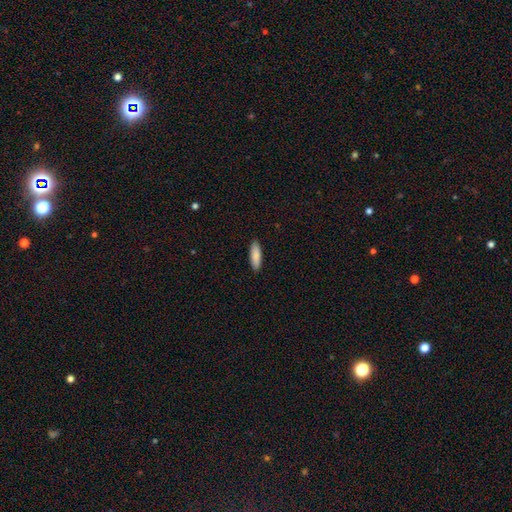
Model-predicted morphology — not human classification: smooth_or_featured: smooth (p=0.85) [alt: featured or disk p=0.10]
how_rounded: in between (p=0.53) [alt: cigar-shaped p=0.45]
merging: none (p=0.90) [alt: minor disturbance p=0.07]